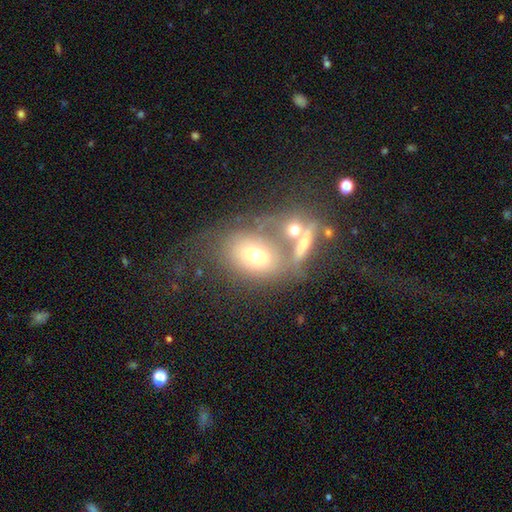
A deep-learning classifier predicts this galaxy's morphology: type=smooth (57%); roundness=in between (70%); merging=merger (39%).